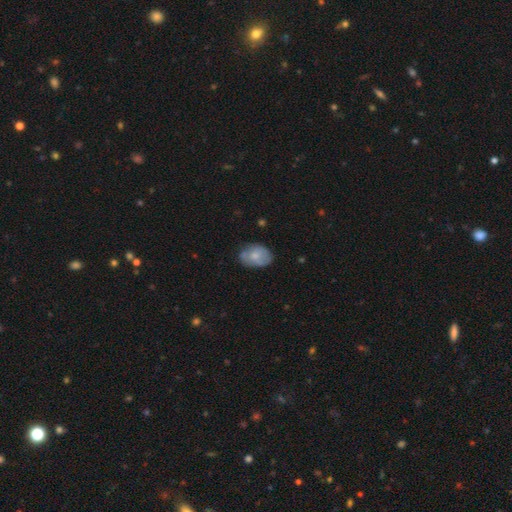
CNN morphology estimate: smooth 65%, featured or disk 28%, star or artifact 7%. Down the decision tree: how rounded — in between (75%); merging — none (58%).